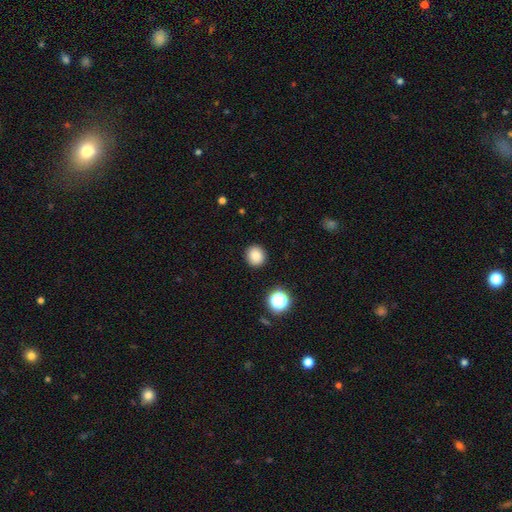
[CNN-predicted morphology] Smooth or featured? Predicted: smooth (p=0.84). How rounded? Predicted: round (p=0.85). Merging? Predicted: none (p=0.90).